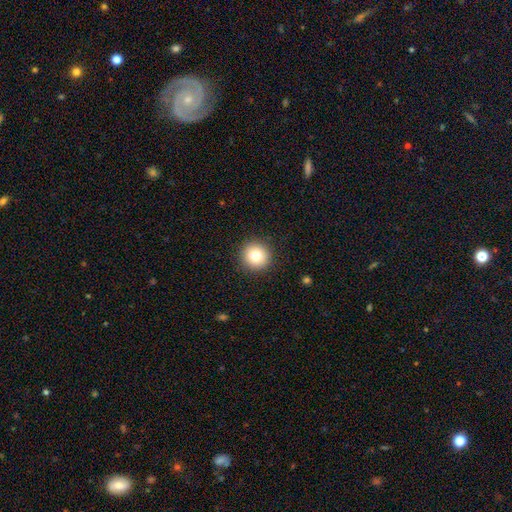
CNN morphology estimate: Smooth or featured?
  - smooth: 79% *
  - star or artifact: 11%
  - featured or disk: 10%
How rounded?
  - round: 95% *
  - in between: 4%
  - cigar-shaped: 1%
Merging?
  - none: 92% *
  - minor disturbance: 5%
  - major disturbance: 2%
  - merger: 1%